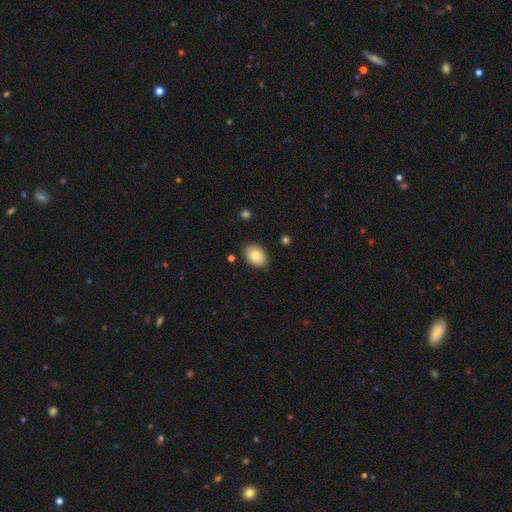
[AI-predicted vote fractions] The model was most divided on "how rounded": in between: 75%, round: 24%, cigar-shaped: 1%. More confident: merging — none (86%); smooth or featured — smooth (84%).